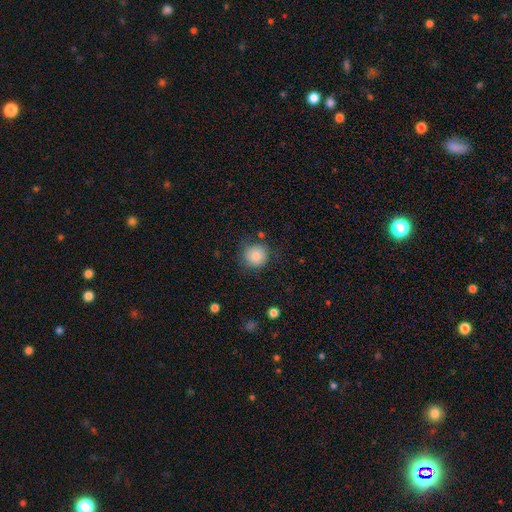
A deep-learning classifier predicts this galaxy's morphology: Smooth or featured: smooth — 84% (star or artifact — 9%)
How rounded: round — 91% (in between — 8%)
Merging: none — 78% (minor disturbance — 15%)